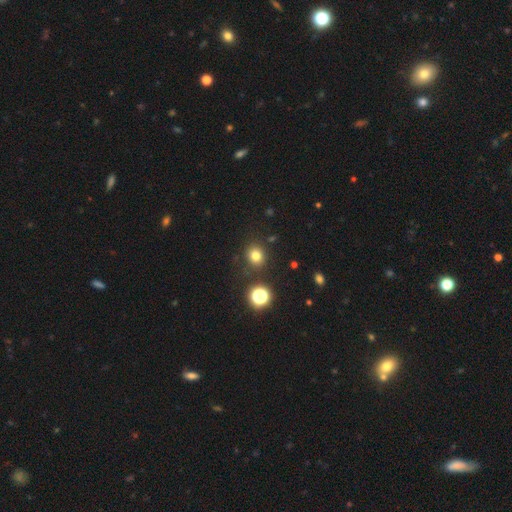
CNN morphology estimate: smooth 76%, star or artifact 17%, featured or disk 7%. Down the decision tree: how rounded — round (82%); merging — none (84%).